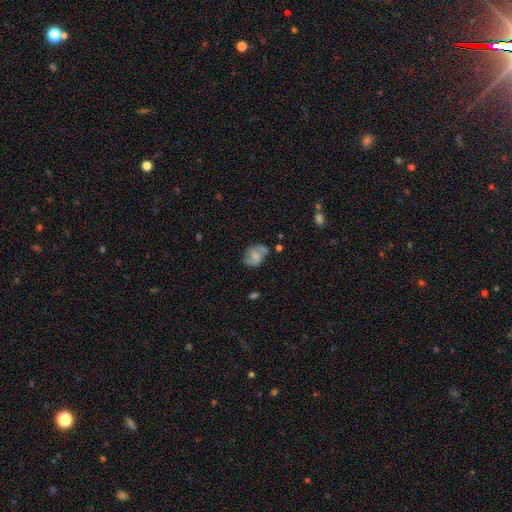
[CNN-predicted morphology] A smooth galaxy with no disk features (50%) that is in between round and cigar-shaped (68%). Merging: none (58%).